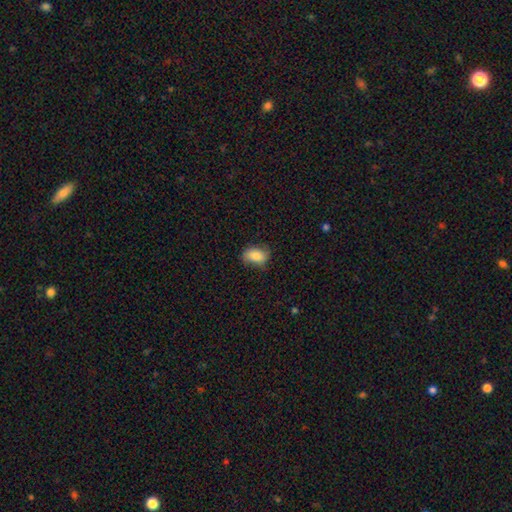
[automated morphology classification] A smooth galaxy with no disk features (82%) that is in between round and cigar-shaped (82%). Merging: none (70%).